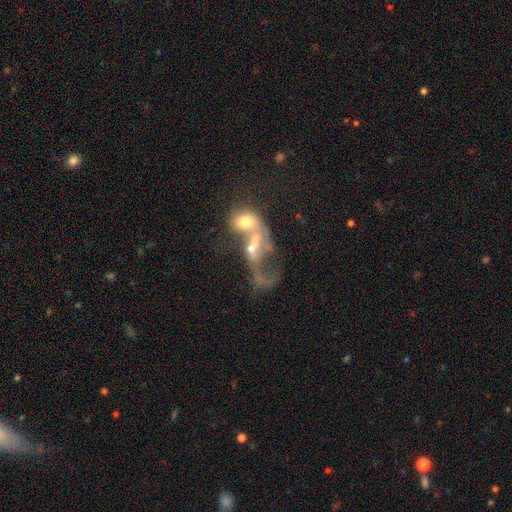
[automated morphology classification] This appears to be a featured or disk galaxy (61%) with no bar (67%), spiral arms (53%) and a moderate central bulge (46%). Merging: merger (72%).